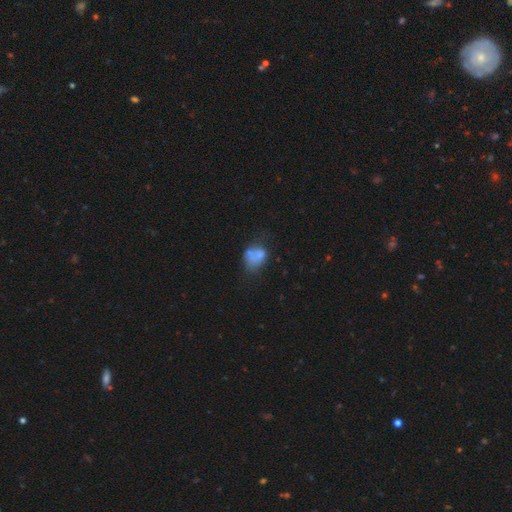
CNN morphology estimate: A smooth galaxy with no disk features (58%) that is in between round and cigar-shaped (62%). Merging: none (33%).